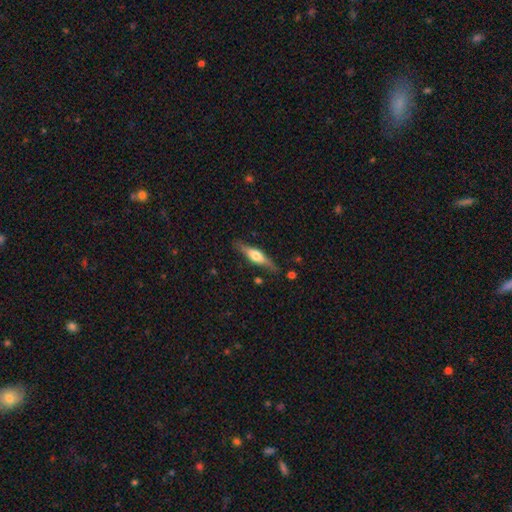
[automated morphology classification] smooth_or_featured: featured or disk (p=0.57) [alt: smooth p=0.37]
disk_edge_on: yes (p=0.93) [alt: no p=0.07]
edge_on_bulge: rounded (p=0.86) [alt: boxy p=0.11]
merging: none (p=0.82) [alt: minor disturbance p=0.13]